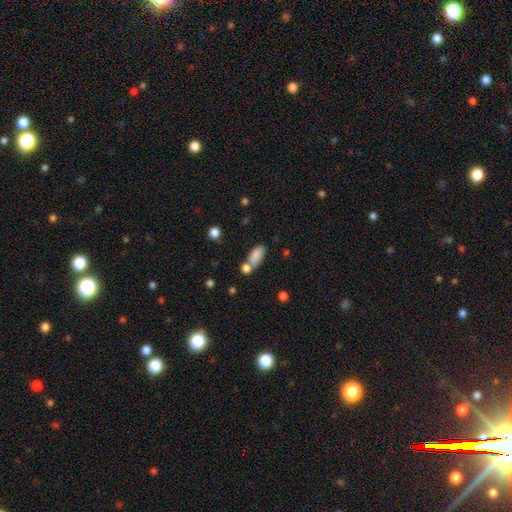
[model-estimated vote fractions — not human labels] smooth 83%, star or artifact 8%, featured or disk 8%. Down the decision tree: how rounded — in between (86%); merging — none (48%).